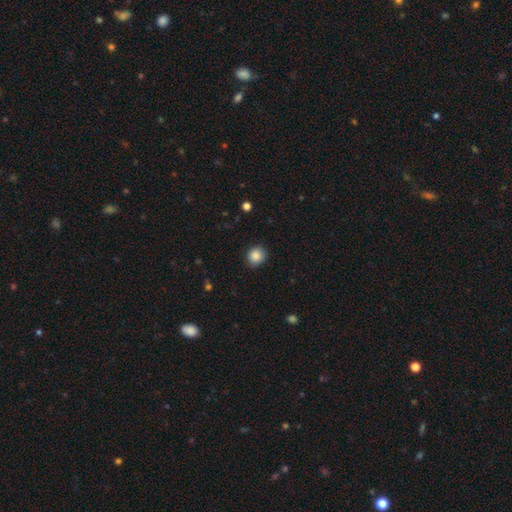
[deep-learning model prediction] Morphology: type=smooth (87%); roundness=round (81%); merging=none (87%).